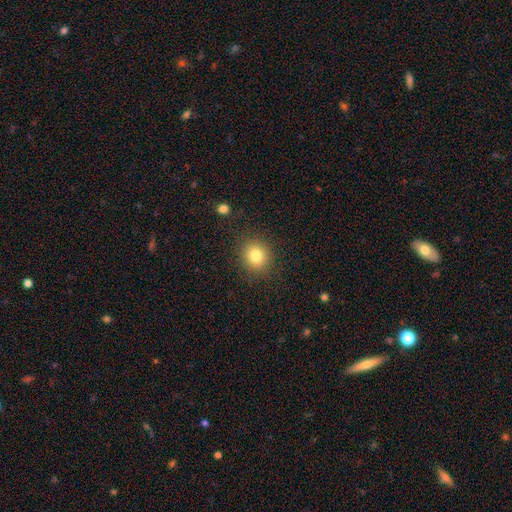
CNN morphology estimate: smooth-or-featured: smooth: 82% | star or artifact: 11% | featured or disk: 7%
  how-rounded: round: 83% | in between: 16% | cigar-shaped: 1%
  merging: none: 88% | minor disturbance: 8% | major disturbance: 3% | merger: 1%